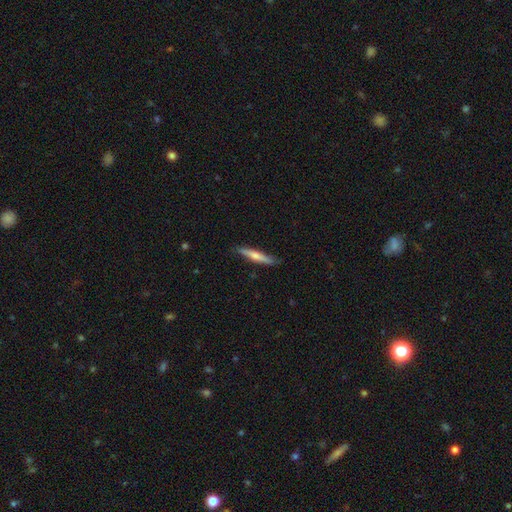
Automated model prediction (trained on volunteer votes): A smooth galaxy with no disk features (57%) that is cigar-shaped (92%).

Vote fractions:
- Smooth or featured? smooth: 57% / featured or disk: 37% / star or artifact: 5%
- How rounded? cigar-shaped: 92% / in between: 7% / round: 1%
- Merging? none: 84% / minor disturbance: 13% / major disturbance: 2% / merger: 1%